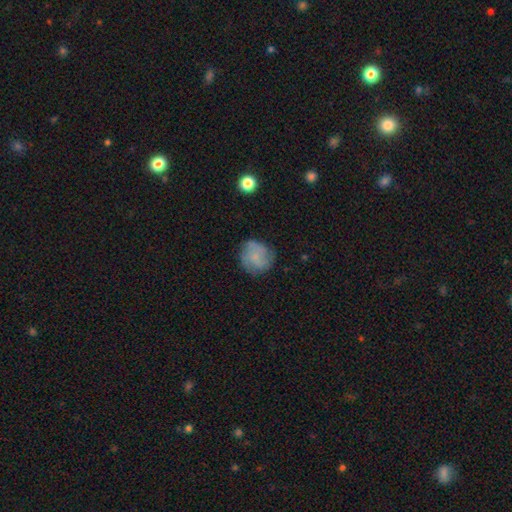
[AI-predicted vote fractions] Smooth or featured: smooth — 57% (featured or disk — 34%)
How rounded: round — 86% (in between — 13%)
Merging: none — 71% (minor disturbance — 20%)